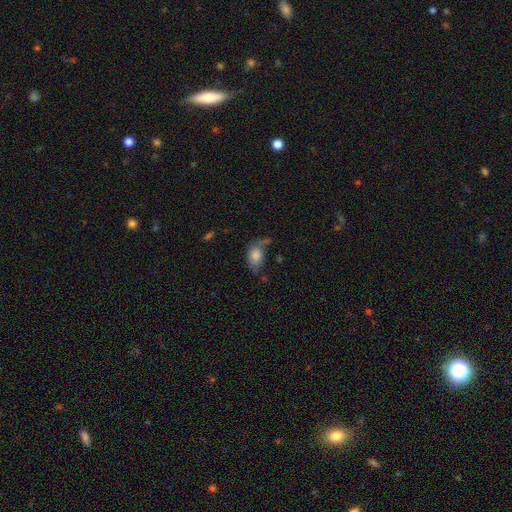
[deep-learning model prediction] Smooth or featured? smooth (81%)
How rounded? in between (86%)
Merging? none (44%)